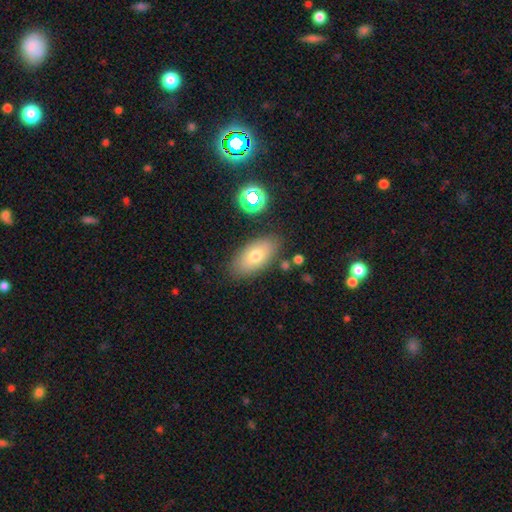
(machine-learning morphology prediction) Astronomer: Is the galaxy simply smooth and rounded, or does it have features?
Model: smooth — 72%.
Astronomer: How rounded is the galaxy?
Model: in between — 90%.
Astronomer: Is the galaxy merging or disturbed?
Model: none — 82%.